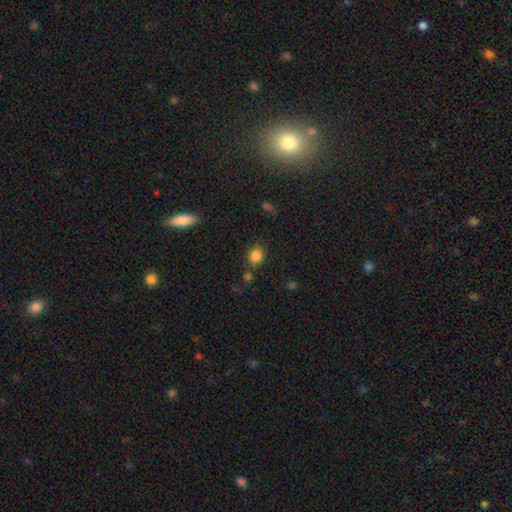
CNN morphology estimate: This is clearly a smooth galaxy (84%). How rounded: possibly round (51%). Merging: likely none (75%).